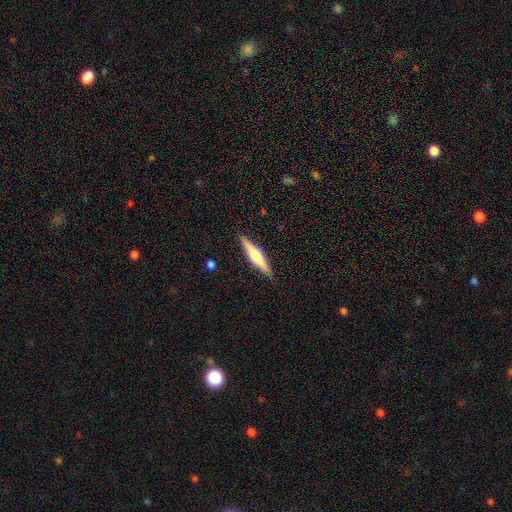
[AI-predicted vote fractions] smooth_or_featured: featured or disk (p=0.53) [alt: smooth p=0.42]
disk_edge_on: yes (p=0.96) [alt: no p=0.04]
edge_on_bulge: rounded (p=0.80) [alt: boxy p=0.13]
merging: none (p=0.89) [alt: minor disturbance p=0.08]